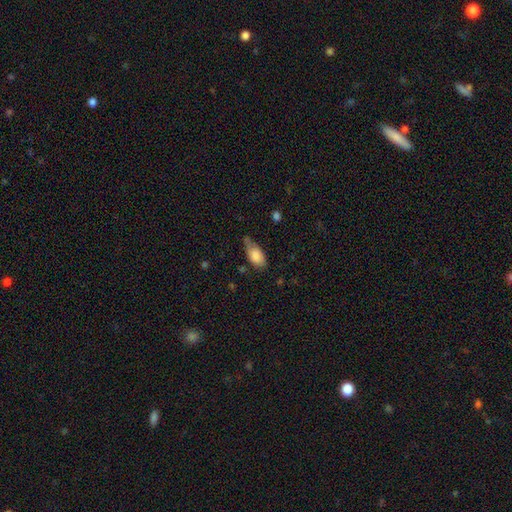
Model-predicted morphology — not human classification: Q: Smooth or featured?
A: smooth (83%); runner-up: featured or disk (10%)
Q: How rounded?
A: in between (91%); runner-up: cigar-shaped (5%)
Q: Merging?
A: none (46%); runner-up: minor disturbance (39%)